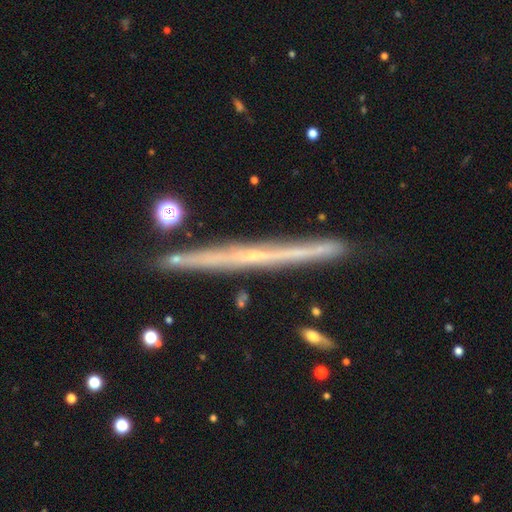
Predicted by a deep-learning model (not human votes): smooth_or_featured: featured or disk (p=0.71) [alt: smooth p=0.21]
disk_edge_on: yes (p=0.97) [alt: no p=0.03]
edge_on_bulge: none (p=0.80) [alt: rounded p=0.16]
merging: none (p=0.87) [alt: minor disturbance p=0.09]